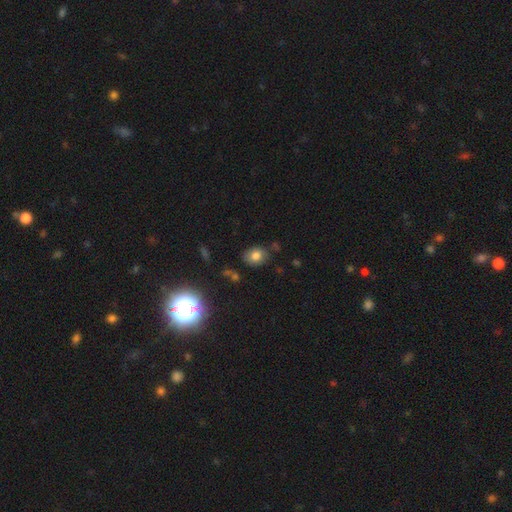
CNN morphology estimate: smooth 76%, star or artifact 14%, featured or disk 10%. Down the decision tree: how rounded — in between (55%); merging — none (76%).